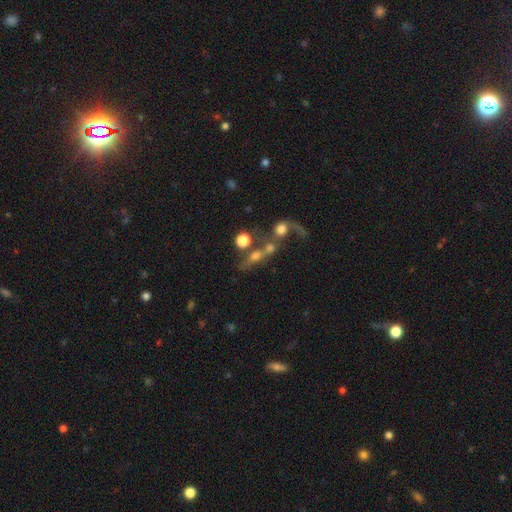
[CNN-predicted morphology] smooth_or_featured: smooth (p=0.43) [alt: featured or disk p=0.39]
merging: merger (p=0.50) [alt: none p=0.27]